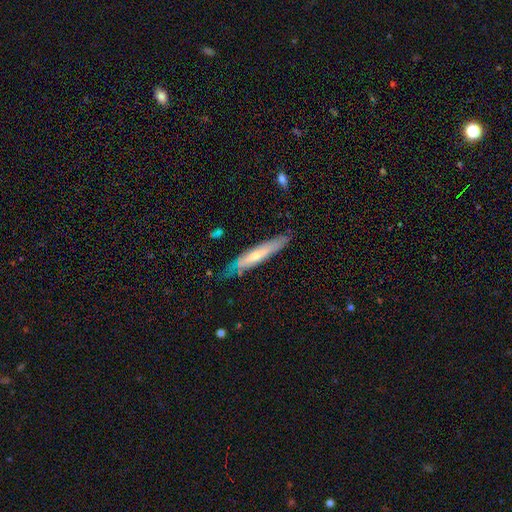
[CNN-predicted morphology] This appears to be a featured or disk galaxy (52%) viewed edge-on (75%). Merging: none (76%).